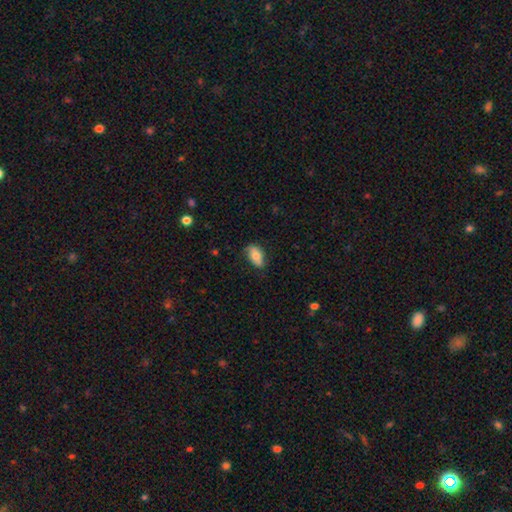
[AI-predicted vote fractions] The model was most divided on "smooth or featured": smooth: 70%, featured or disk: 23%, star or artifact: 7%. More confident: how rounded — in between (91%); merging — none (71%).